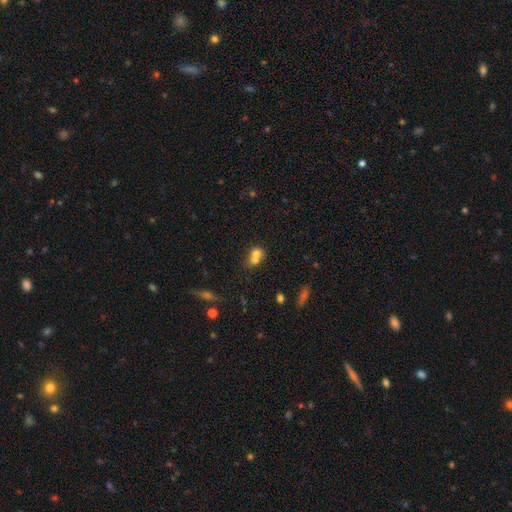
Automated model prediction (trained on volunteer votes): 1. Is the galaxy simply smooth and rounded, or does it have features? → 68% smooth, 19% featured or disk, 12% star or artifact.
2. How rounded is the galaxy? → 64% round, 35% in between, 2% cigar-shaped.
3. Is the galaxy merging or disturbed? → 67% merger, 24% none, 6% minor disturbance, 3% major disturbance.